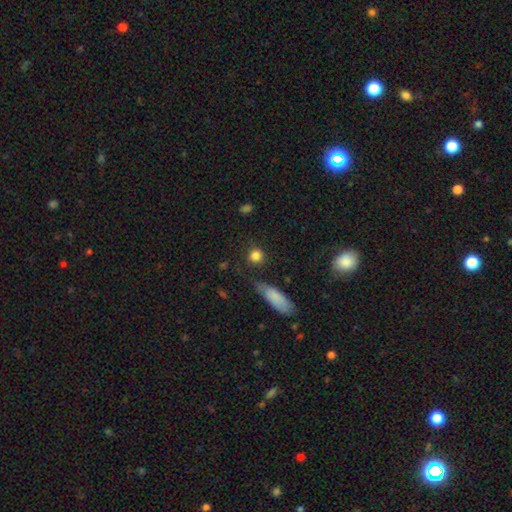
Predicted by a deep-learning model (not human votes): smooth 82%, star or artifact 11%, featured or disk 7%. Down the decision tree: how rounded — round (86%); merging — none (79%).